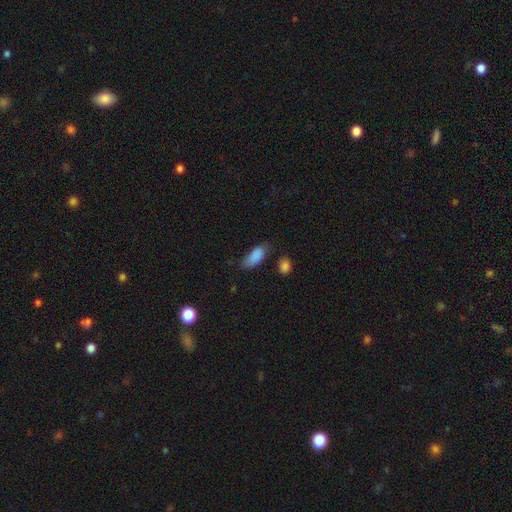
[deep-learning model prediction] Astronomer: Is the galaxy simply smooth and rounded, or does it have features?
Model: smooth — 87%.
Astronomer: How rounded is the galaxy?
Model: in between — 88%.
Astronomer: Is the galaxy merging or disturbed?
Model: none — 53% (runner-up: minor disturbance, 32%).